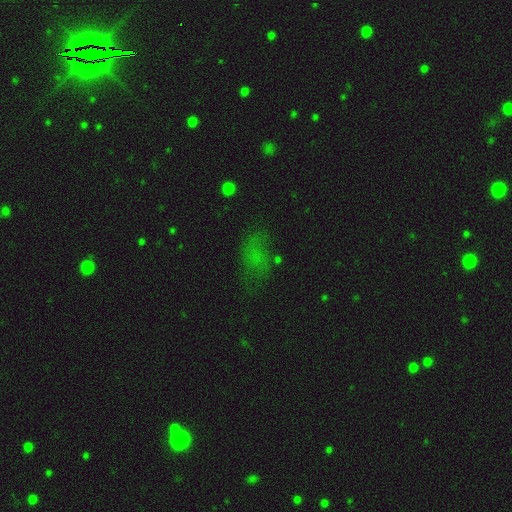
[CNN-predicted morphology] This appears to be a smooth galaxy with no disk features (47%). Merging: none (57%).